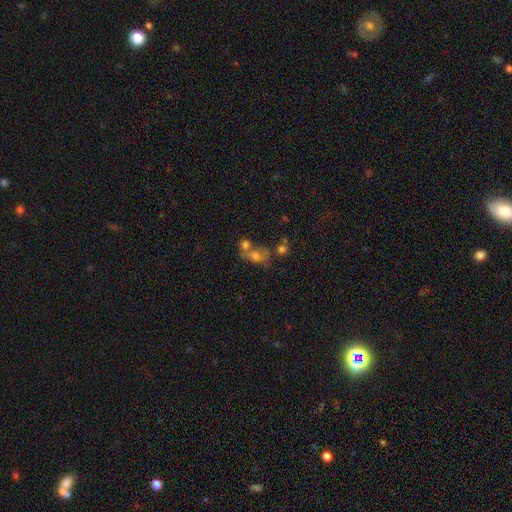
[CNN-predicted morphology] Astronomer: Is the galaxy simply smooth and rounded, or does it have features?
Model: smooth — 56%.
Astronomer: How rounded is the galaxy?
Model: in between — 59% (runner-up: round, 37%).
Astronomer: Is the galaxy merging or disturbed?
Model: merger — 44% (runner-up: none, 33%).